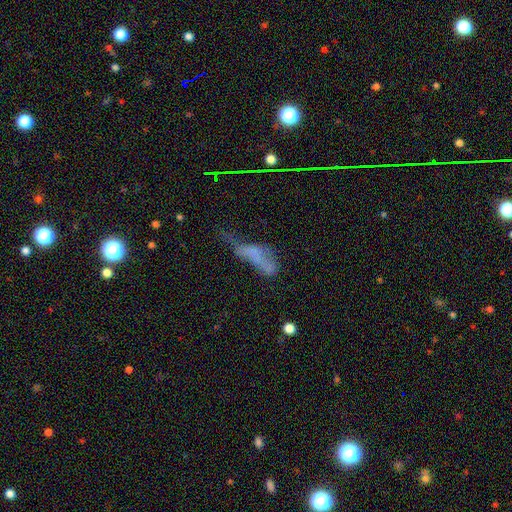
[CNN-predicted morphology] Q: Smooth or featured?
A: smooth (43%); runner-up: featured or disk (36%)
Q: Merging?
A: major disturbance (40%); runner-up: minor disturbance (22%)